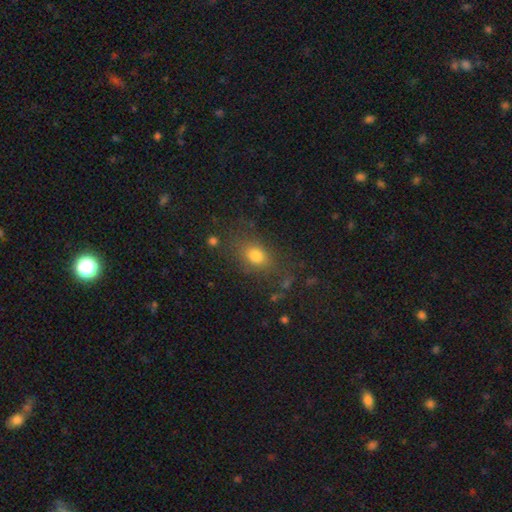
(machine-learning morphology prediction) A smooth galaxy with no disk features (75%) that is in between round and cigar-shaped (63%).

Vote fractions:
- Smooth or featured? smooth: 75% / star or artifact: 14% / featured or disk: 12%
- How rounded? in between: 63% / round: 33% / cigar-shaped: 3%
- Merging? none: 71% / minor disturbance: 16% / major disturbance: 10% / merger: 4%